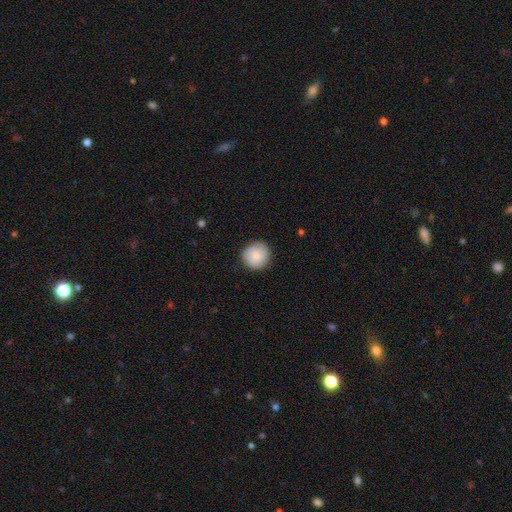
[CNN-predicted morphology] smooth-or-featured: smooth: 87% | star or artifact: 7% | featured or disk: 7%
  how-rounded: round: 93% | in between: 6% | cigar-shaped: 1%
  merging: none: 88% | minor disturbance: 9% | major disturbance: 2% | merger: 1%